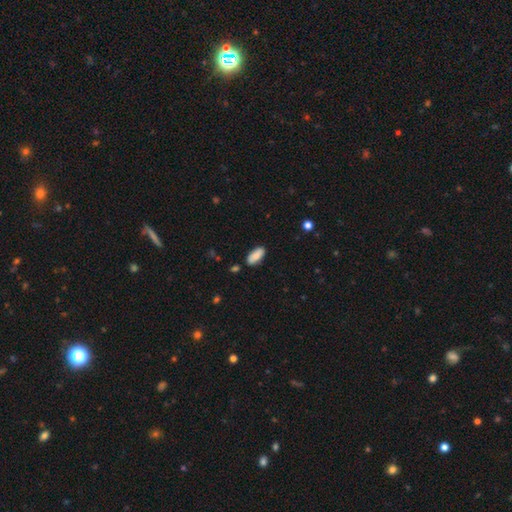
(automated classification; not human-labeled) smooth 83%, featured or disk 11%, star or artifact 6%. Down the decision tree: how rounded — in between (84%); merging — none (84%).